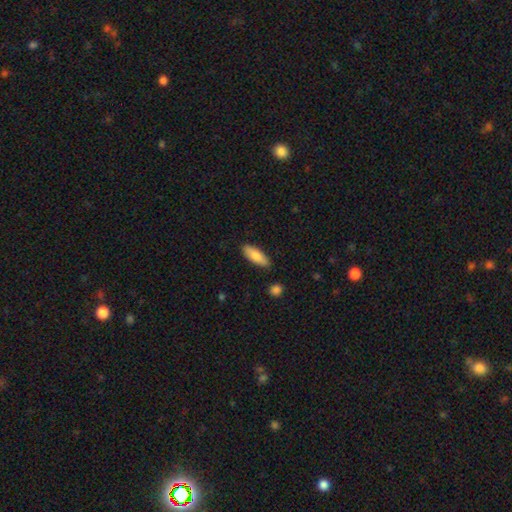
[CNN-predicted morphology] smooth_or_featured: smooth (p=0.83) [alt: featured or disk p=0.12]
how_rounded: in between (p=0.66) [alt: cigar-shaped p=0.32]
merging: none (p=0.87) [alt: minor disturbance p=0.10]